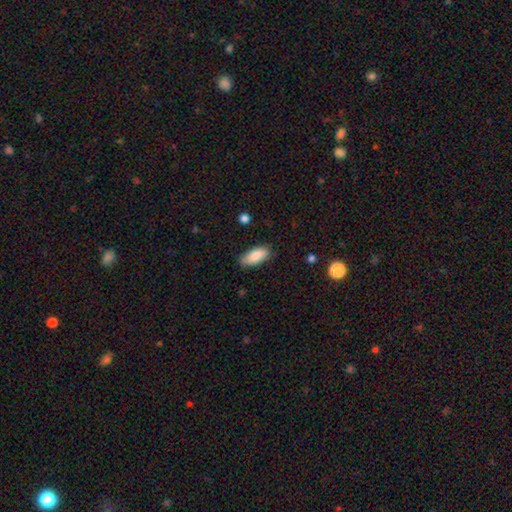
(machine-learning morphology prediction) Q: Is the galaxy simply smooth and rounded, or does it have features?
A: smooth — 86%.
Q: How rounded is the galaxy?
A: in between — 85%.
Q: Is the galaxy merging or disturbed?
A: none — 82%.